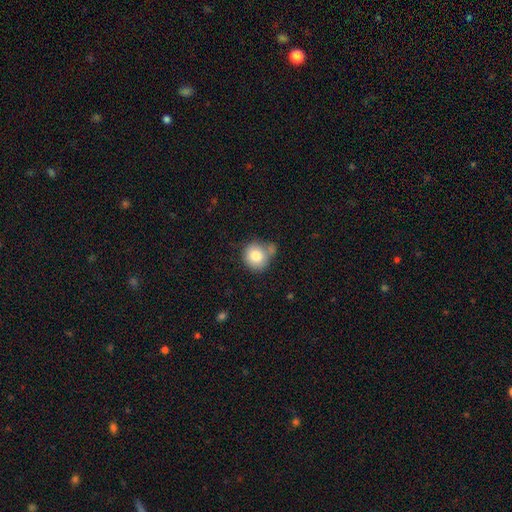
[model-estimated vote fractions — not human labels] This is likely a smooth galaxy (80%). How rounded: clearly round (87%). Merging: possibly none (51%).